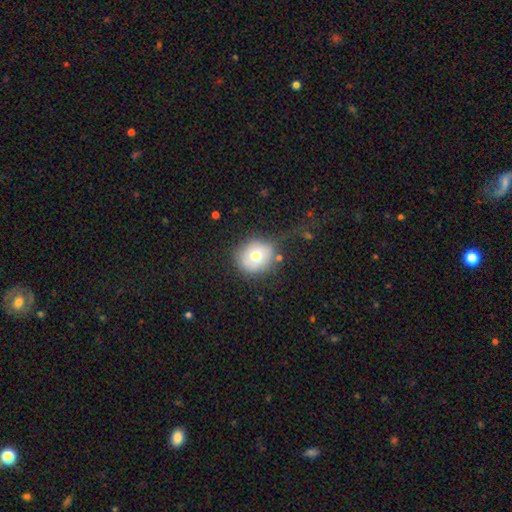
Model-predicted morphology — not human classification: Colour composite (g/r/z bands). It shows a smooth galaxy with no disk features (67%) that is round (80%). Merging: none (64%).